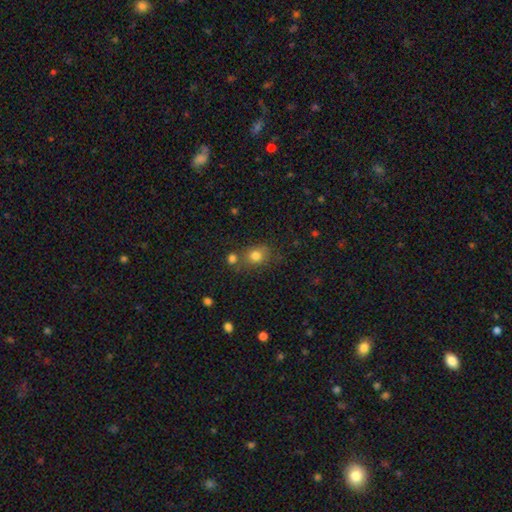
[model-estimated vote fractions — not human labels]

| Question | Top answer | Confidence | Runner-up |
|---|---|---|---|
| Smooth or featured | smooth | 79% | star or artifact (12%) |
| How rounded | round | 55% | in between (44%) |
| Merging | none | 60% | merger (17%) |